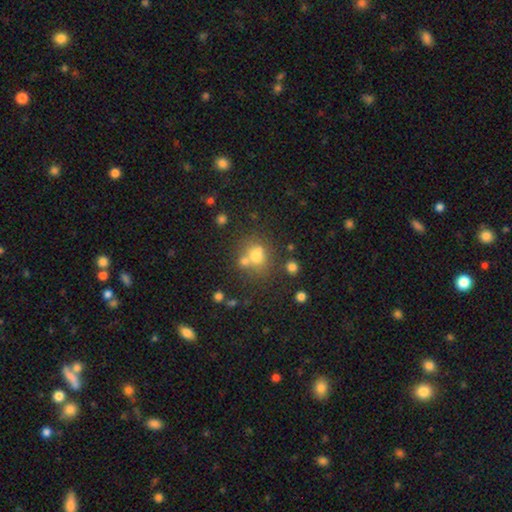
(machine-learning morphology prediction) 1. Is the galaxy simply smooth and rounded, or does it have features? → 65% smooth, 19% star or artifact, 16% featured or disk.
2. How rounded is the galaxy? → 72% round, 27% in between, 1% cigar-shaped.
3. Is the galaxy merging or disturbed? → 47% none, 36% merger, 11% minor disturbance, 6% major disturbance.